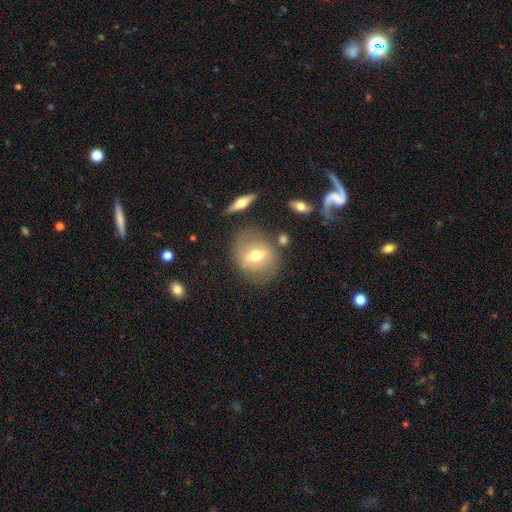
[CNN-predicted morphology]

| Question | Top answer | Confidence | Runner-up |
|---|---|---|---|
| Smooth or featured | smooth | 51% | featured or disk (40%) |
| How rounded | round | 63% | in between (35%) |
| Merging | none | 73% | minor disturbance (15%) |